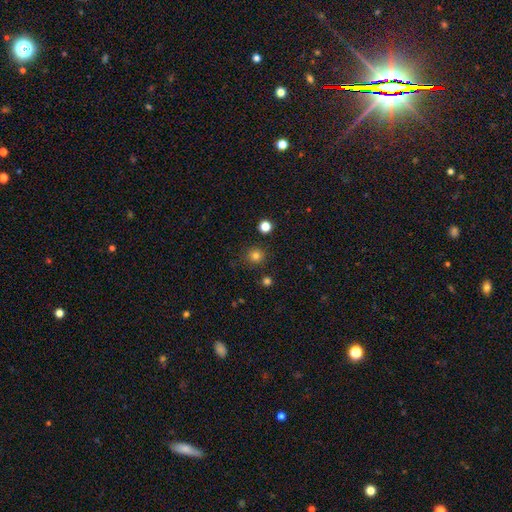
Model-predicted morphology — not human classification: A smooth galaxy with no disk features (80%) that is round (93%).

Vote fractions:
- Smooth or featured? smooth: 80% / star or artifact: 15% / featured or disk: 5%
- How rounded? round: 93% / in between: 6% / cigar-shaped: 1%
- Merging? none: 86% / minor disturbance: 8% / merger: 3% / major disturbance: 3%